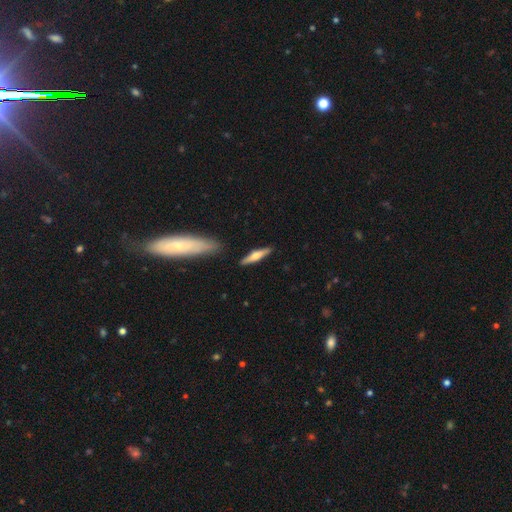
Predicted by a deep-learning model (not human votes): This appears to be a smooth galaxy with no disk features (48%). Merging: none (87%).